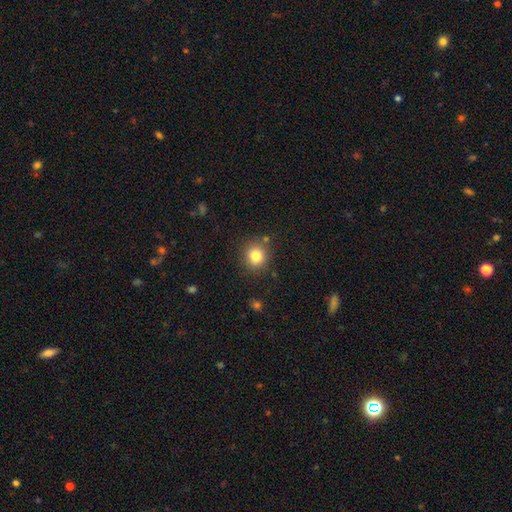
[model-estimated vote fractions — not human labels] Smooth or featured? Predicted: smooth (p=0.81). How rounded? Predicted: round (p=0.86). Merging? Predicted: none (p=0.83).